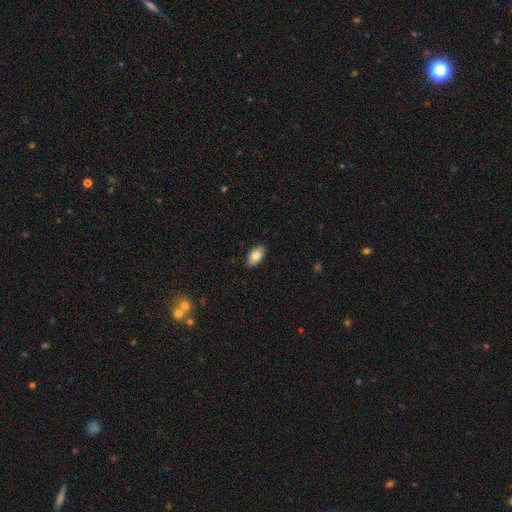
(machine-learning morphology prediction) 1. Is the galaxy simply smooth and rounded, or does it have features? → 83% smooth, 10% featured or disk, 7% star or artifact.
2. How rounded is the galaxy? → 94% in between, 4% round, 2% cigar-shaped.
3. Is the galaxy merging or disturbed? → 89% none, 8% minor disturbance, 2% major disturbance, 1% merger.